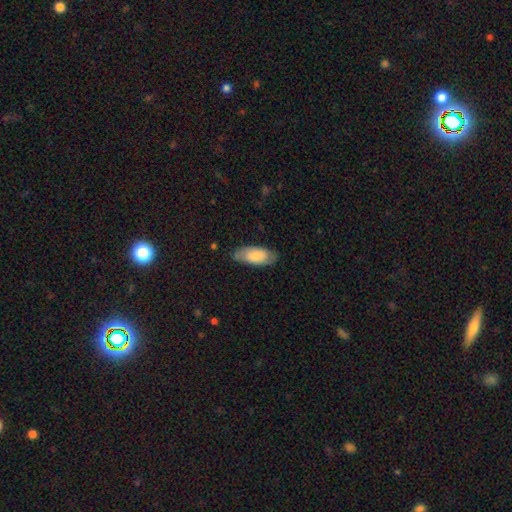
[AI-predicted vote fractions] Smooth or featured?
  - smooth: 81% *
  - featured or disk: 13%
  - star or artifact: 6%
How rounded?
  - in between: 88% *
  - cigar-shaped: 11%
  - round: 2%
Merging?
  - none: 78% *
  - minor disturbance: 17%
  - major disturbance: 3%
  - merger: 1%